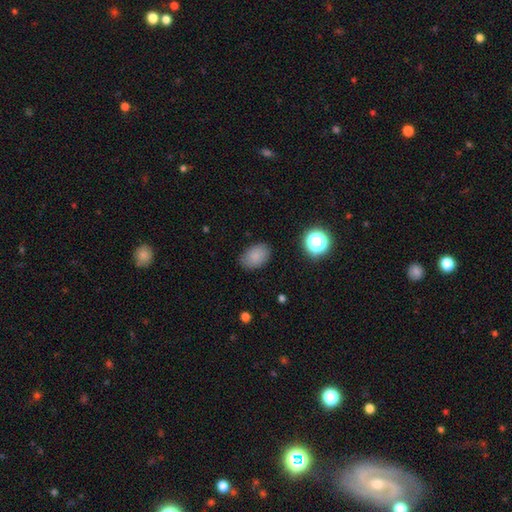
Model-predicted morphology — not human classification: A smooth galaxy with no disk features (83%) that is in between round and cigar-shaped (84%). Merging: none (83%).